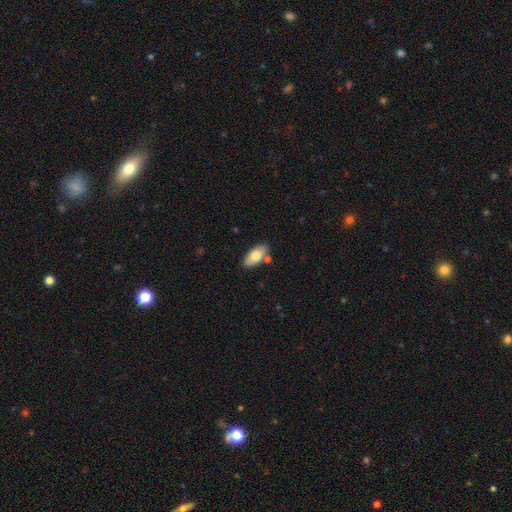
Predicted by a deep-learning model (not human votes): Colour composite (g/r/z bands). It shows a smooth galaxy with no disk features (72%) that is in between round and cigar-shaped (91%). Merging: none (80%).